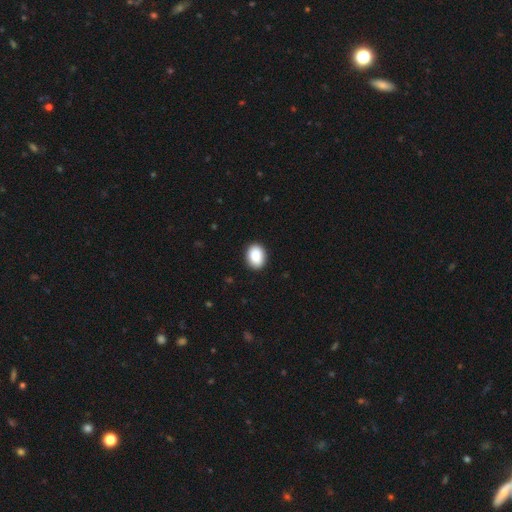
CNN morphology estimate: smooth 89%, star or artifact 7%, featured or disk 4%. Down the decision tree: how rounded — in between (73%); merging — none (88%).